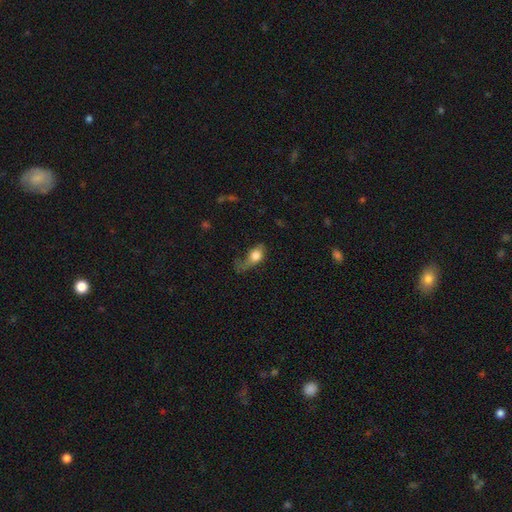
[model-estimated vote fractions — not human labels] Overall: smooth (70%). How rounded: in between (71%). Merging: major disturbance (45%; minor disturbance 28%).